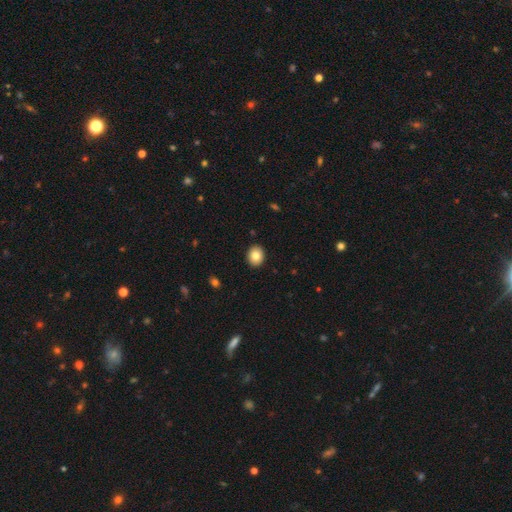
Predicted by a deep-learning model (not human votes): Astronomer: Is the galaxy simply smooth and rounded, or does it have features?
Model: smooth — 83%.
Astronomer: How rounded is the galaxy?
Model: round — 62% (runner-up: in between, 37%).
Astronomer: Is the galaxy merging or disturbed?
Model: none — 92%.